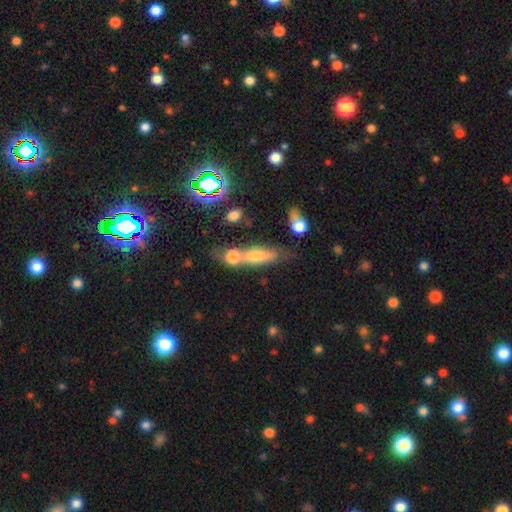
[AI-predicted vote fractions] The model was most divided on "how rounded": cigar-shaped: 47%, in between: 41%, round: 11%. More confident: smooth or featured — smooth (62%); merging — merger (51%).